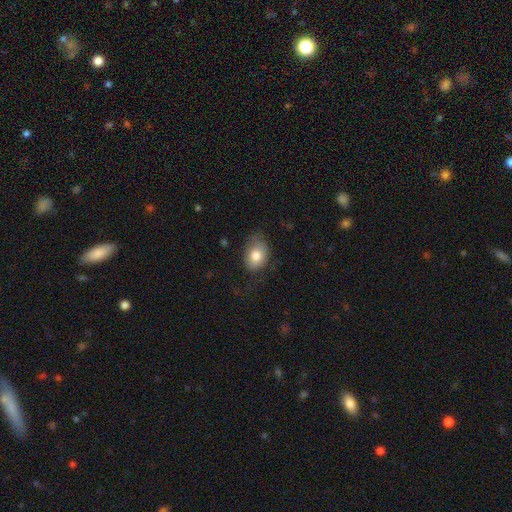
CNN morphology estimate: A smooth galaxy with no disk features (79%) that is in between round and cigar-shaped (71%).

Vote fractions:
- Smooth or featured? smooth: 79% / featured or disk: 13% / star or artifact: 8%
- How rounded? in between: 71% / round: 27% / cigar-shaped: 1%
- Merging? none: 60% / minor disturbance: 27% / major disturbance: 11% / merger: 1%